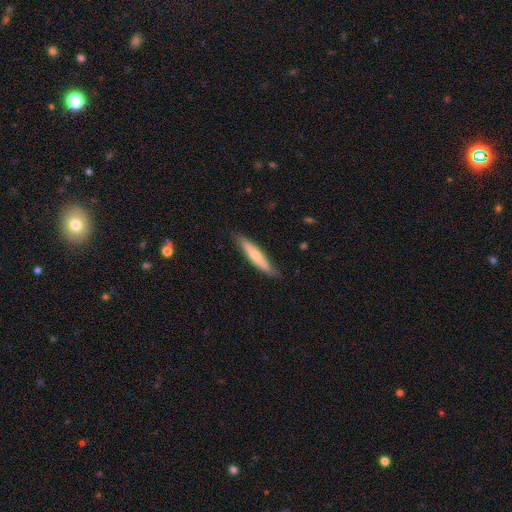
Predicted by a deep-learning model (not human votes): This is likely a smooth galaxy (60%). How rounded: clearly cigar-shaped (88%). Merging: clearly none (84%).